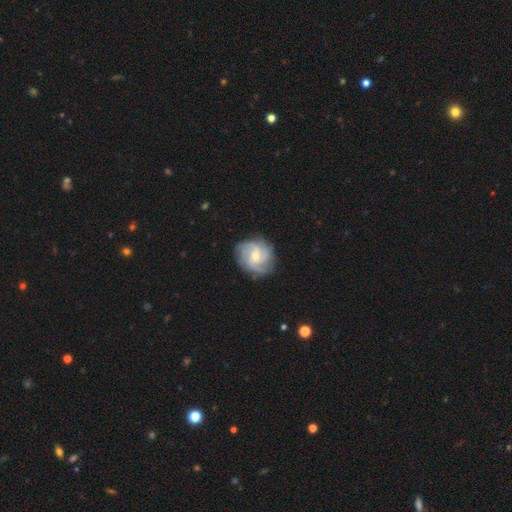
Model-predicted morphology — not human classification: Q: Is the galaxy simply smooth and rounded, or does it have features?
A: featured or disk — 83%.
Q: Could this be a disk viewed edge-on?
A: no — 98%.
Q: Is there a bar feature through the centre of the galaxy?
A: no — 49%.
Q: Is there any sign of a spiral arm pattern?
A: yes — 97%.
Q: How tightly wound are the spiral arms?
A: tight — 47%.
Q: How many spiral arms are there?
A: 3 — 30%.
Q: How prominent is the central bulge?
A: small — 51%.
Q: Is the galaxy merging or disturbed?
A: none — 81%.